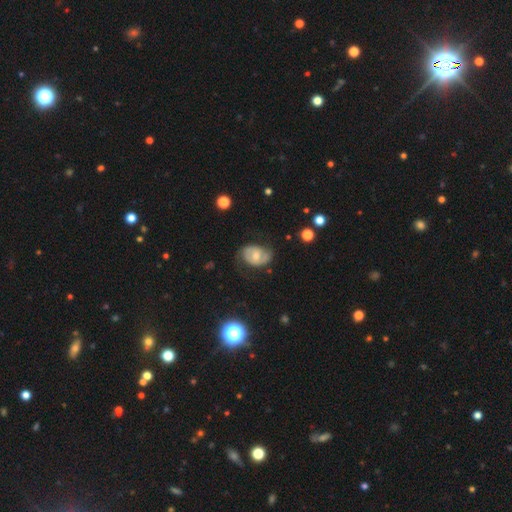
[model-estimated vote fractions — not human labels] A featured or disk galaxy (57%) with no bar (54%), spiral arms (73%) and a moderate central bulge (56%). Merging: none (61%).